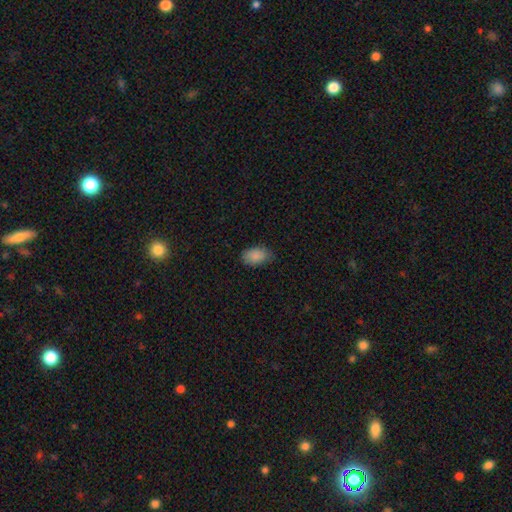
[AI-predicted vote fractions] Smooth or featured? smooth (88%)
How rounded? in between (91%)
Merging? none (77%)